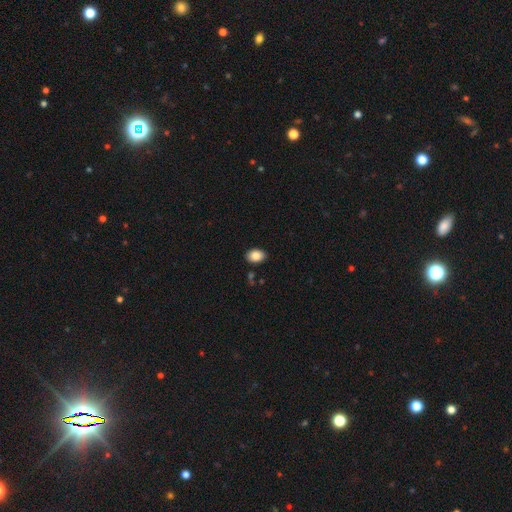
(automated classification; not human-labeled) Smooth or featured? smooth (86%)
How rounded? in between (77%)
Merging? none (88%)